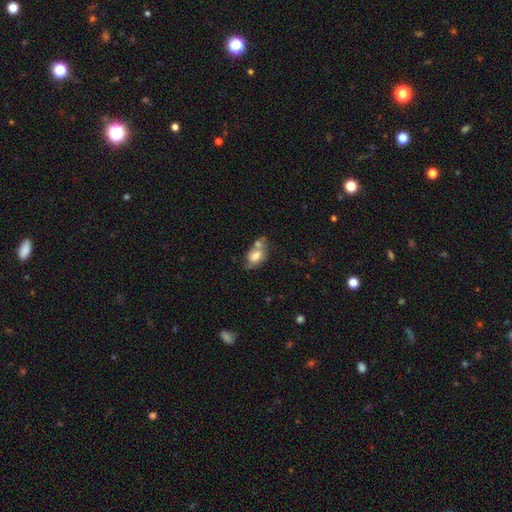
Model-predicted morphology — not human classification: This appears to be a smooth galaxy with no disk features (65%) that is in between round and cigar-shaped (79%). Merging: merger (40%).